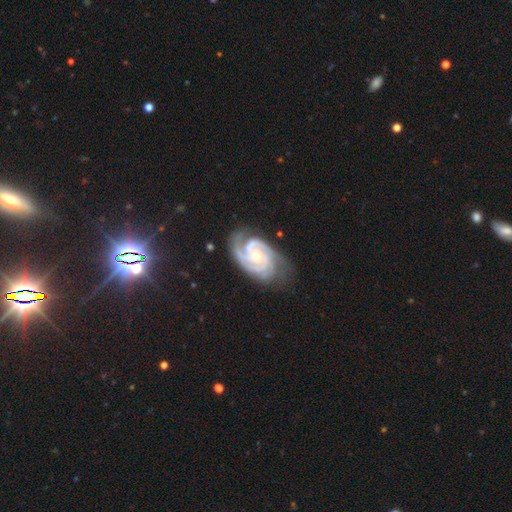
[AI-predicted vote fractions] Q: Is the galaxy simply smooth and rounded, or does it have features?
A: featured or disk — 93%.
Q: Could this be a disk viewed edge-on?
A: no — 98%.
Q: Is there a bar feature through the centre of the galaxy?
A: no — 66%.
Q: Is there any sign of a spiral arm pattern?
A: yes — 99%.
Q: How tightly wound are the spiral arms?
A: tight — 69%.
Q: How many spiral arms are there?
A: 3 — 52%.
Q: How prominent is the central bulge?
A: small — 60%.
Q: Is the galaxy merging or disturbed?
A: none — 71%.